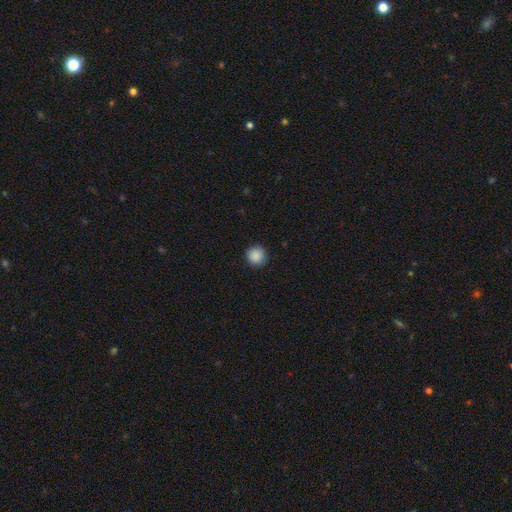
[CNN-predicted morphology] This is clearly a smooth galaxy (89%). How rounded: clearly round (95%). Merging: clearly none (92%).